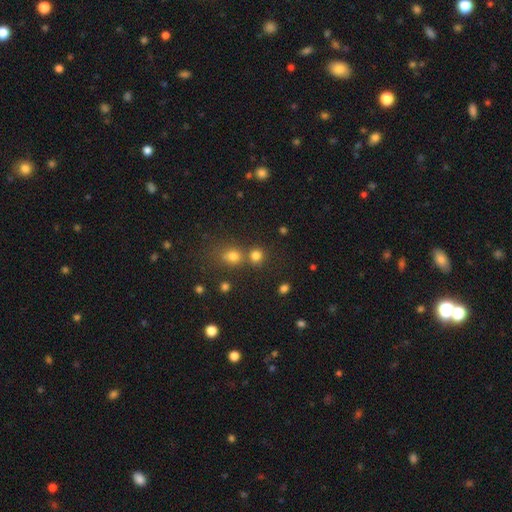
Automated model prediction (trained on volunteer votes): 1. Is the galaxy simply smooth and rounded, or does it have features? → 74% smooth, 19% star or artifact, 7% featured or disk.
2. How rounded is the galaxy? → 84% round, 15% in between, 1% cigar-shaped.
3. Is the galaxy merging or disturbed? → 60% none, 29% merger, 8% minor disturbance, 4% major disturbance.